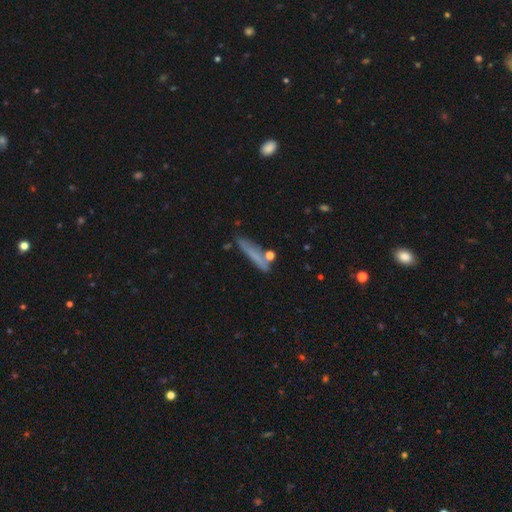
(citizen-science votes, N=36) smooth-or-featured: smooth: 64% | featured or disk: 31% | star or artifact: 6%
  how-rounded: cigar-shaped: 91% | round: 4% | in between: 4%
  merging: none: 71% | minor disturbance: 21% | merger: 6% | major disturbance: 3%